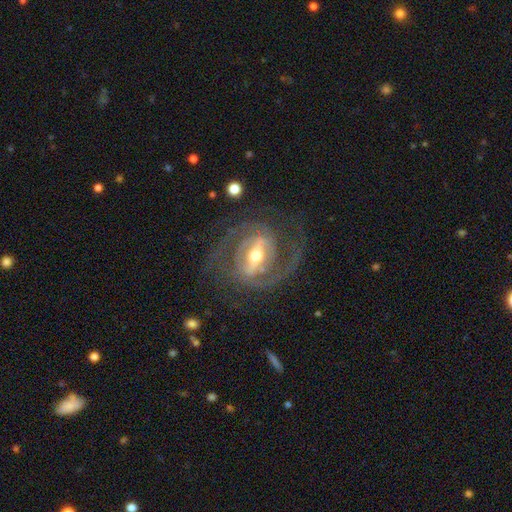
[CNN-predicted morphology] type=featured or disk (89%); edge-on=no (94%); bar=strong (68%); spiral arms=yes (90%); winding=medium (49%); arm count=2 (78%); bulge=moderate (67%); merging=none (72%).